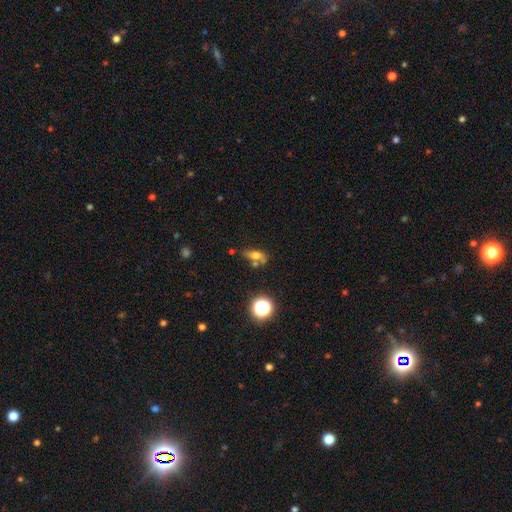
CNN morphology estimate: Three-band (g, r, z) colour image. It shows a smooth galaxy with no disk features (60%) that is in between round and cigar-shaped (65%). Merging: none (46%).